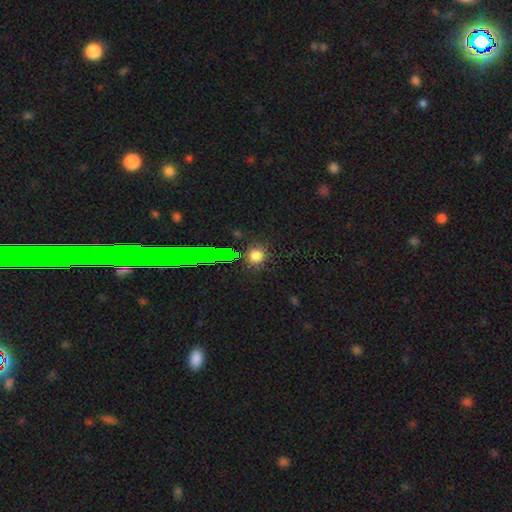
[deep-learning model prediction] Q: Smooth or featured?
A: smooth (74%); runner-up: star or artifact (19%)
Q: How rounded?
A: round (90%); runner-up: in between (8%)
Q: Merging?
A: none (85%); runner-up: minor disturbance (9%)